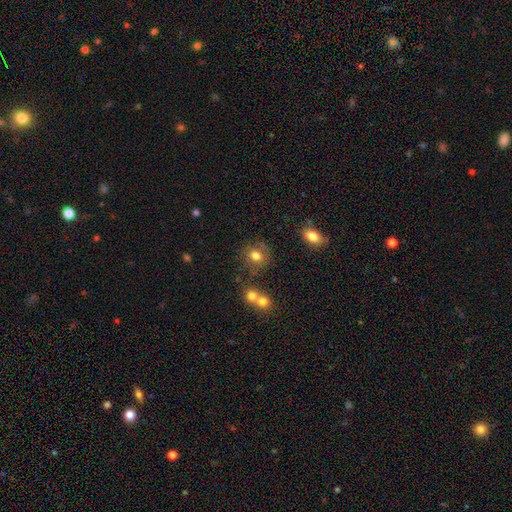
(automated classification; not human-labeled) A smooth galaxy with no disk features (78%) that is round (72%).

Vote fractions:
- Smooth or featured? smooth: 78% / star or artifact: 12% / featured or disk: 10%
- How rounded? round: 72% / in between: 27% / cigar-shaped: 1%
- Merging? none: 72% / minor disturbance: 14% / merger: 9% / major disturbance: 5%